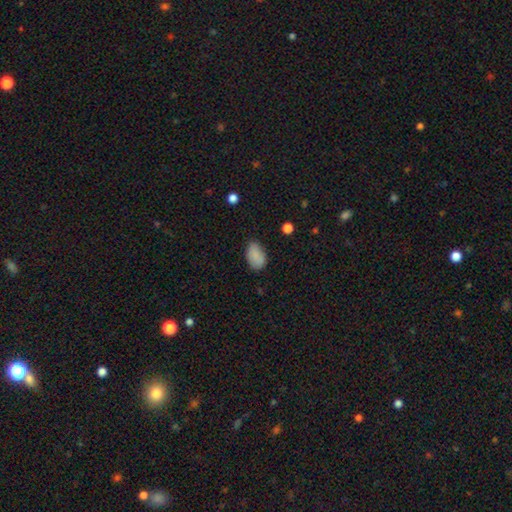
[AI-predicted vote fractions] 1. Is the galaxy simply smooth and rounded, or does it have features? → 87% smooth, 8% star or artifact, 5% featured or disk.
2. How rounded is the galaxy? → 91% in between, 8% round, 1% cigar-shaped.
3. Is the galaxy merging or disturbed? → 76% none, 19% minor disturbance, 4% major disturbance, 1% merger.